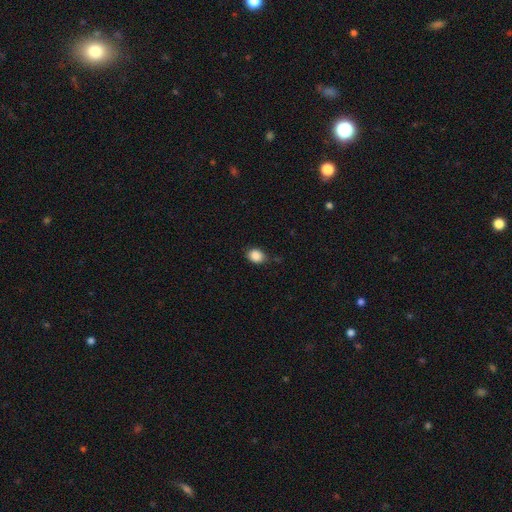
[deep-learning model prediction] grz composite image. It shows a smooth galaxy with no disk features (88%) that is in between round and cigar-shaped (52%). Merging: none (75%).